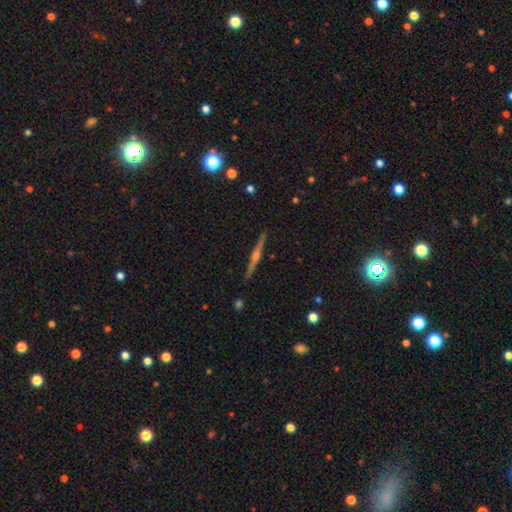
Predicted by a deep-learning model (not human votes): Smooth or featured? featured or disk (81%)
Edge-on disk? yes (98%)
Edge-on bulge? rounded (82%)
Merging? none (93%)